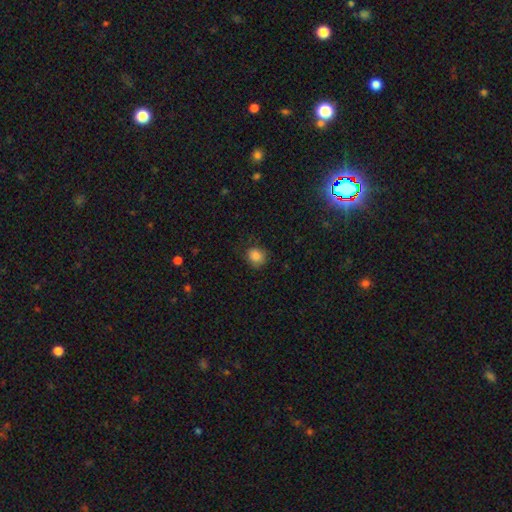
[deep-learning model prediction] Smooth or featured? smooth (85%)
How rounded? round (78%)
Merging? none (79%)